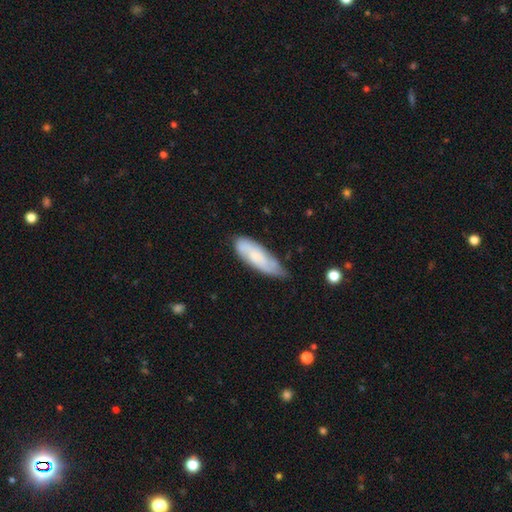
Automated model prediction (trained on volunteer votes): Smooth or featured? smooth (54%)
How rounded? in between (56%)
Merging? none (60%)